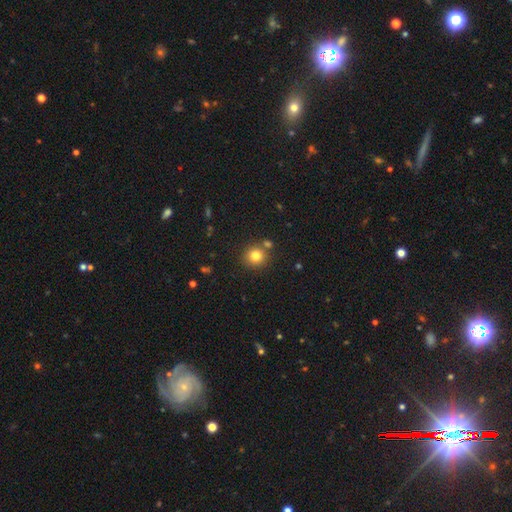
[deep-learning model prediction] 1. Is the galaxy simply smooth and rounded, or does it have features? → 80% smooth, 12% star or artifact, 7% featured or disk.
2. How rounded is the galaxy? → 89% round, 10% in between, 1% cigar-shaped.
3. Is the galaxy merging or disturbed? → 76% none, 13% merger, 8% minor disturbance, 3% major disturbance.